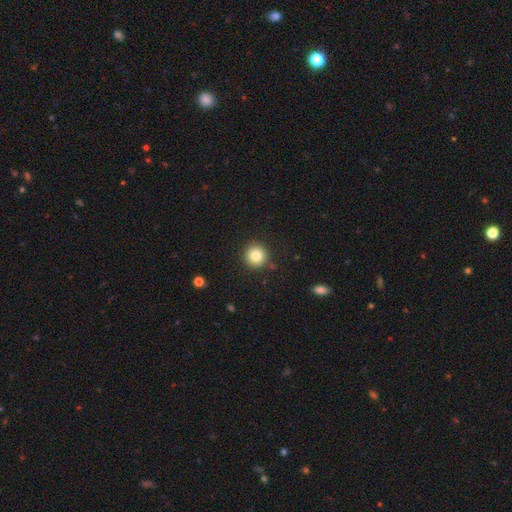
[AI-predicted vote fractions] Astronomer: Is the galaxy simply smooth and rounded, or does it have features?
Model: smooth — 82%.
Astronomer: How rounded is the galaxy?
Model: round — 94%.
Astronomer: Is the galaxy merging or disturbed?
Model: none — 90%.